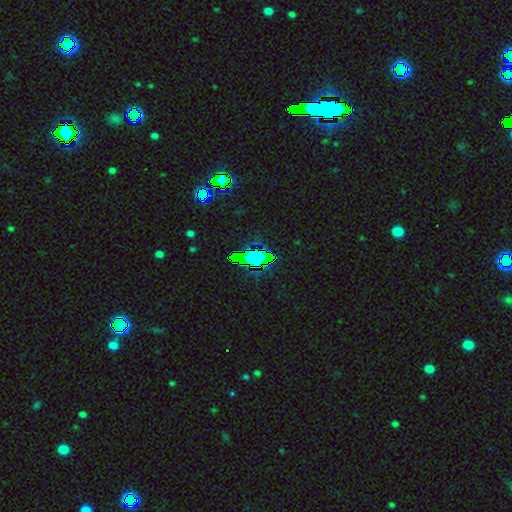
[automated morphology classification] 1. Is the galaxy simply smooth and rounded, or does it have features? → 68% star or artifact, 21% smooth, 11% featured or disk.